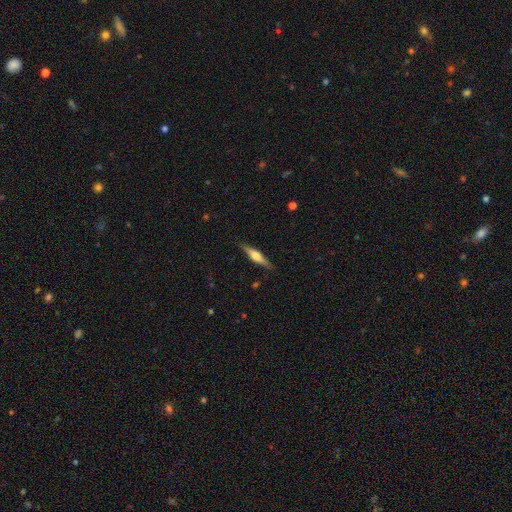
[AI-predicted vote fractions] Q: Smooth or featured?
A: featured or disk (59%); runner-up: smooth (35%)
Q: Edge-on disk?
A: yes (96%); runner-up: no (4%)
Q: Edge-on bulge?
A: rounded (86%); runner-up: boxy (10%)
Q: Merging?
A: none (88%); runner-up: minor disturbance (9%)